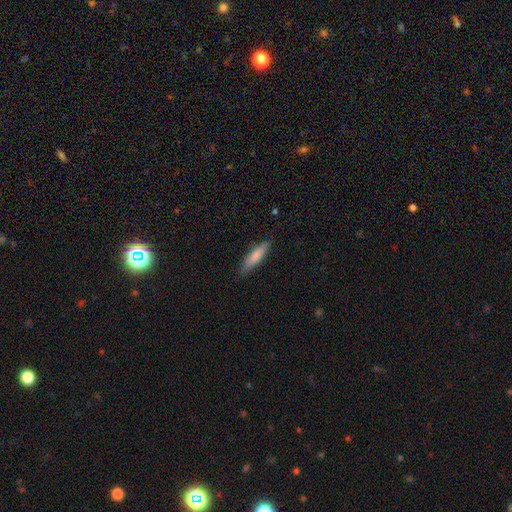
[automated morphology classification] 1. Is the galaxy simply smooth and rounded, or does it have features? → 80% smooth, 15% featured or disk, 5% star or artifact.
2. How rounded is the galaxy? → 72% cigar-shaped, 26% in between, 1% round.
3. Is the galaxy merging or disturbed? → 83% none, 13% minor disturbance, 2% major disturbance, 1% merger.